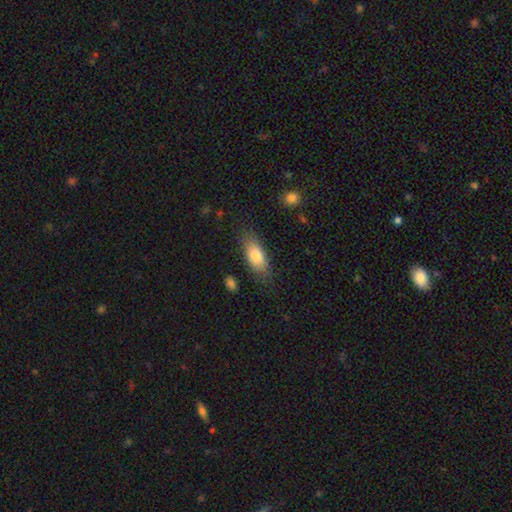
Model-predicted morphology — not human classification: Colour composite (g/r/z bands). It shows a smooth galaxy with no disk features (79%) that is in between round and cigar-shaped (79%). Merging: none (78%).